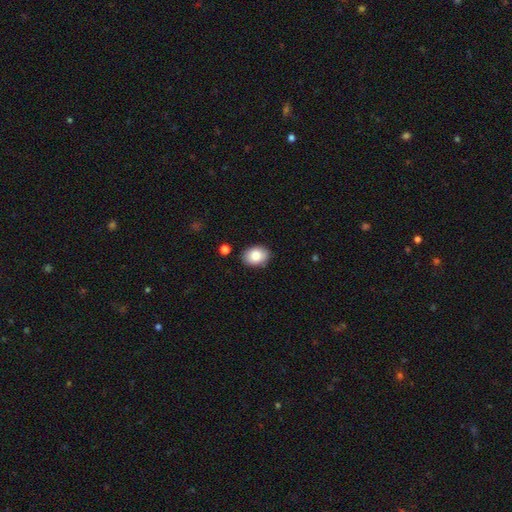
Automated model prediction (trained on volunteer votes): Smooth or featured? smooth (85%)
How rounded? in between (73%)
Merging? none (84%)